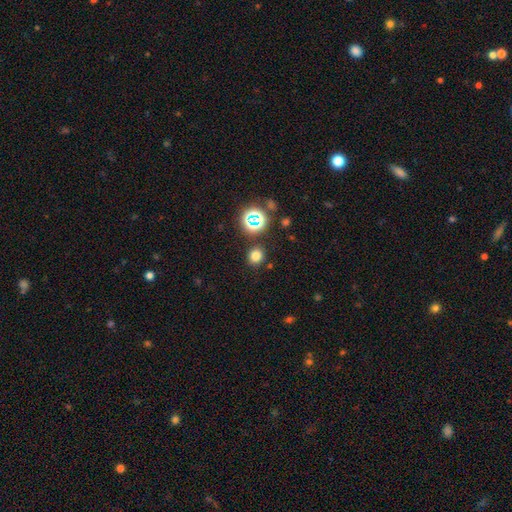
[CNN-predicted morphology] Overall: smooth (73%). How rounded: round (80%). Merging: none (85%).